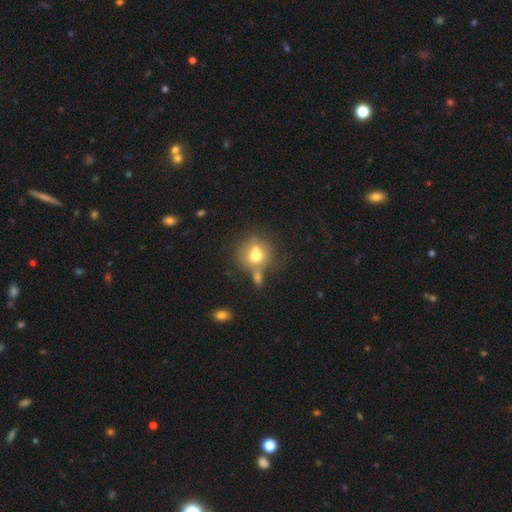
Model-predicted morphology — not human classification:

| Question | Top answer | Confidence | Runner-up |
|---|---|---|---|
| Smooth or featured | smooth | 66% | featured or disk (22%) |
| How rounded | round | 81% | in between (18%) |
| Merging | none | 43% | merger (37%) |